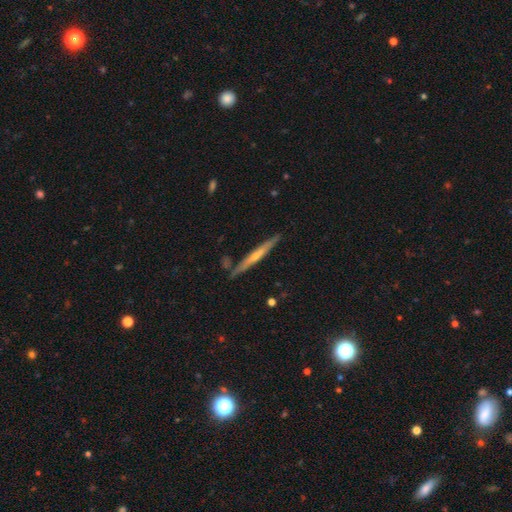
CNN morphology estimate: smooth_or_featured: featured or disk (p=0.65) [alt: smooth p=0.30]
disk_edge_on: yes (p=0.96) [alt: no p=0.04]
edge_on_bulge: rounded (p=0.55) [alt: none p=0.40]
merging: none (p=0.86) [alt: minor disturbance p=0.09]